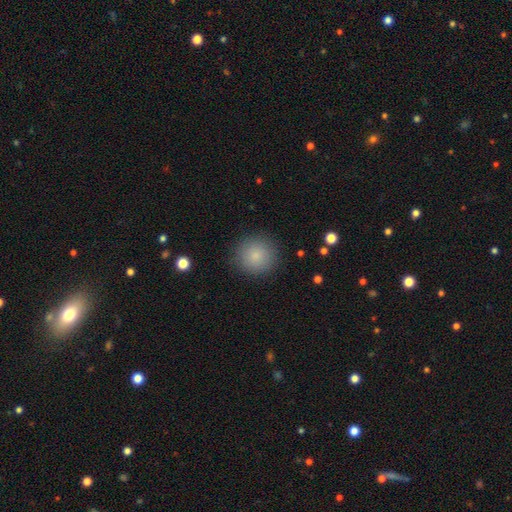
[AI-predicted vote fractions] Overall: smooth (85%). How rounded: round (94%). Merging: none (89%).